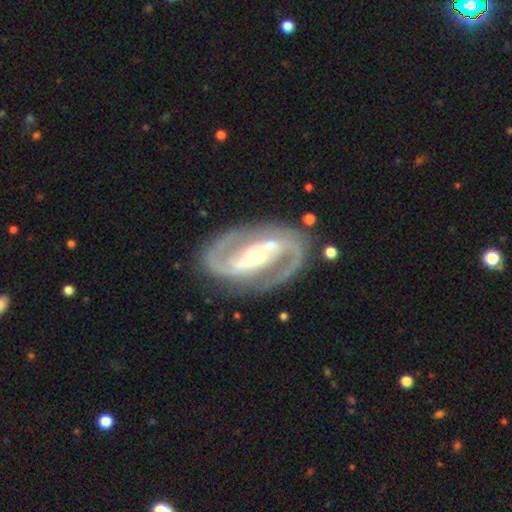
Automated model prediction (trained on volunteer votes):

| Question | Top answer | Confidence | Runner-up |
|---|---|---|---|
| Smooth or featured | featured or disk | 92% | star or artifact (4%) |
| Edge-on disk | no | 97% | yes (3%) |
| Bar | strong | 62% | weak (24%) |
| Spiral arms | yes | 98% | no (2%) |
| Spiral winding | medium | 57% | tight (30%) |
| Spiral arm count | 2 | 93% | 3 (2%) |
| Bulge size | small | 49% | moderate (46%) |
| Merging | none | 83% | minor disturbance (11%) |